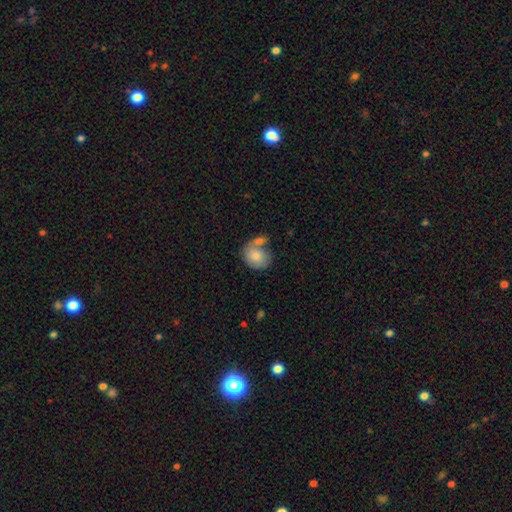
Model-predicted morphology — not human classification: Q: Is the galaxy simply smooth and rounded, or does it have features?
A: smooth — 80%.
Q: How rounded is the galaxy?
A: round — 60%.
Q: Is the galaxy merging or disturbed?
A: merger — 44%.